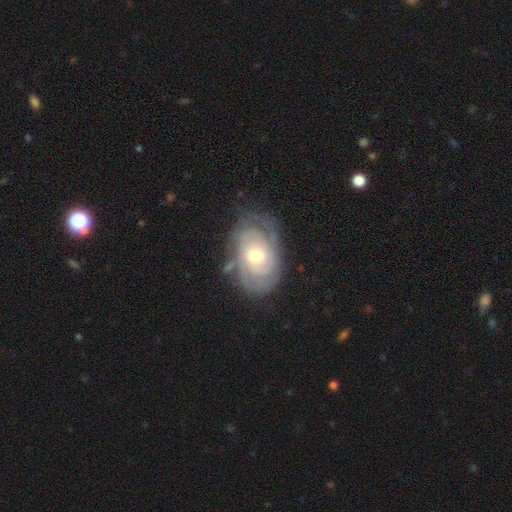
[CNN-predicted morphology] Smooth or featured?
  - featured or disk: 84% *
  - smooth: 11%
  - star or artifact: 5%
Edge-on disk?
  - no: 96% *
  - yes: 4%
Bar?
  - no: 74% *
  - weak: 21%
  - strong: 5%
Spiral arms?
  - yes: 94% *
  - no: 6%
Spiral winding?
  - tight: 73% *
  - medium: 22%
  - loose: 5%
Spiral arm count?
  - 2: 33% *
  - can't tell: 30%
  - 3: 21%
  - 4: 6%
  - 1: 5%
  - more than 4: 4%
Bulge size?
  - moderate: 67% *
  - small: 26%
  - large: 5%
  - dominant: 1%
  - none: 1%
Merging?
  - none: 70% *
  - minor disturbance: 20%
  - major disturbance: 8%
  - merger: 2%